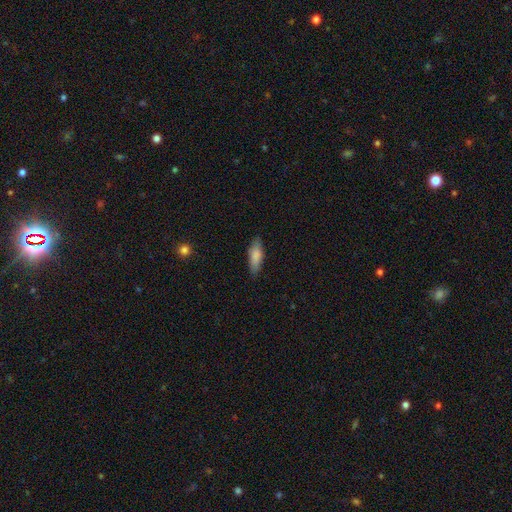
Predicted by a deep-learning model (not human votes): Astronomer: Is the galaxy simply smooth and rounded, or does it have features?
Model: smooth — 84%.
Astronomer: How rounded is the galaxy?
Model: in between — 60% (runner-up: cigar-shaped, 38%).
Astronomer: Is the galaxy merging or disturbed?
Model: none — 83%.